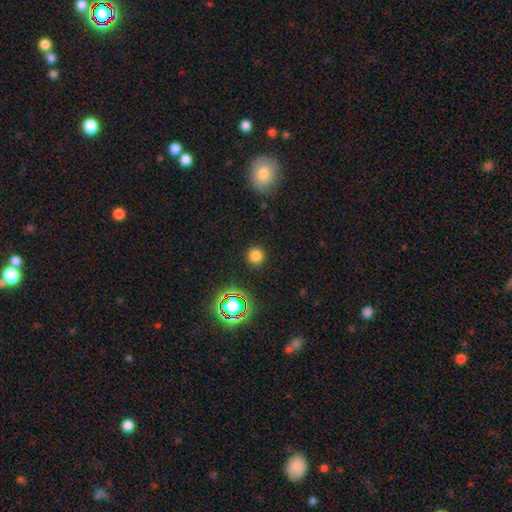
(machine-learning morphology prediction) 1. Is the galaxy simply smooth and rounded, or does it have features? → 75% smooth, 20% star or artifact, 5% featured or disk.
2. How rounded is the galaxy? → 95% round, 4% in between, 1% cigar-shaped.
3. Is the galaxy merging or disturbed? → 91% none, 6% minor disturbance, 2% major disturbance, 1% merger.